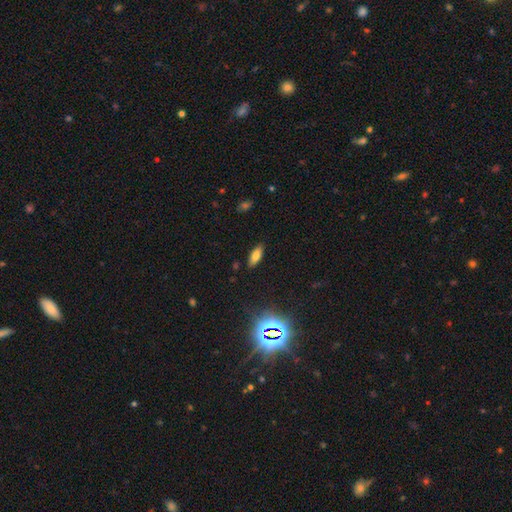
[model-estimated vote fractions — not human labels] Morphology: type=smooth (74%); roundness=in between (77%); merging=none (87%).